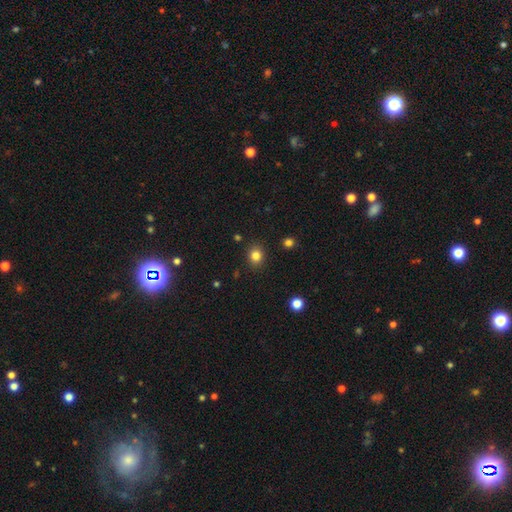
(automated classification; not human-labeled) Q: Smooth or featured?
A: smooth (82%); runner-up: star or artifact (12%)
Q: How rounded?
A: round (70%); runner-up: in between (29%)
Q: Merging?
A: none (88%); runner-up: minor disturbance (8%)